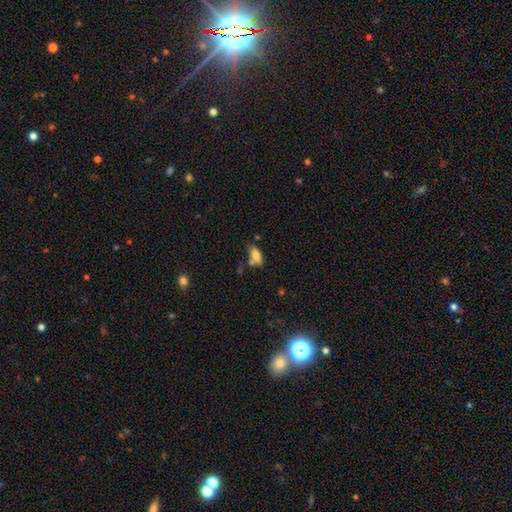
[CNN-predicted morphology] The model was most divided on "merging": none: 52%, merger: 22%, minor disturbance: 20%, major disturbance: 6%. More confident: how rounded — in between (88%); smooth or featured — smooth (78%).